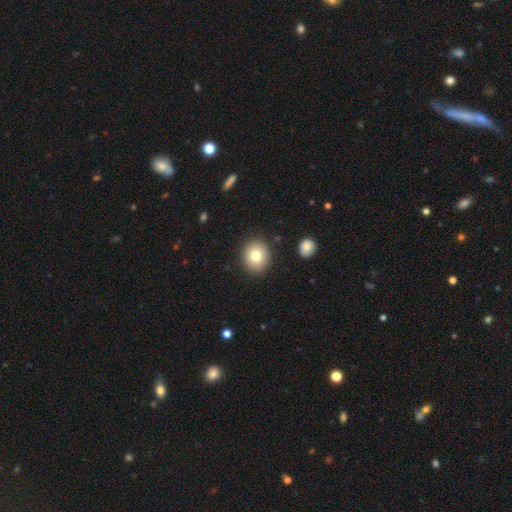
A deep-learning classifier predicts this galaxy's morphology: This appears to be a smooth galaxy with no disk features (78%) that is round (67%). Merging: none (88%).